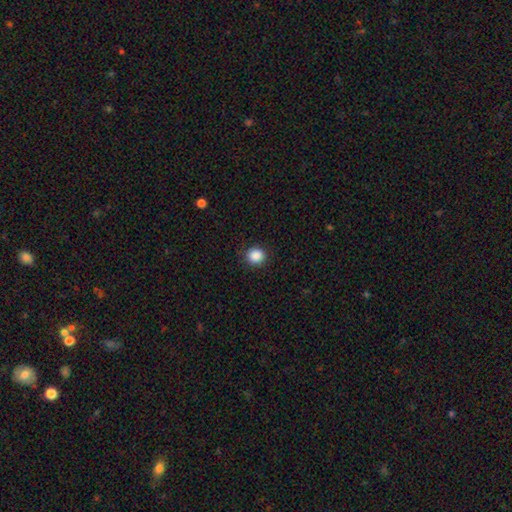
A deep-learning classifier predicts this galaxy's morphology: smooth-or-featured: smooth: 88% | star or artifact: 9% | featured or disk: 3%
  how-rounded: round: 88% | in between: 11% | cigar-shaped: 1%
  merging: none: 90% | minor disturbance: 7% | major disturbance: 2% | merger: 1%